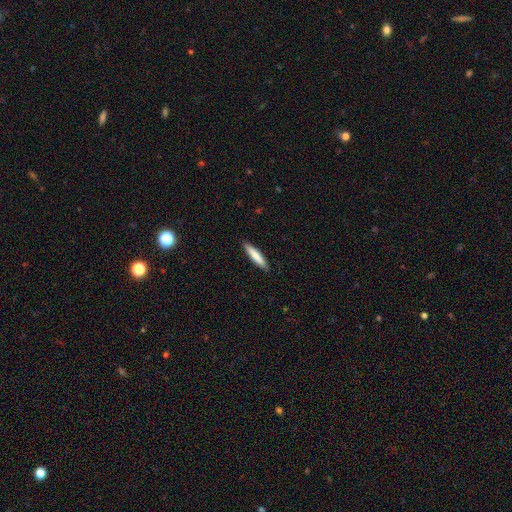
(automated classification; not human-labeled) Morphology: type=smooth (77%); roundness=cigar-shaped (87%); merging=none (90%).